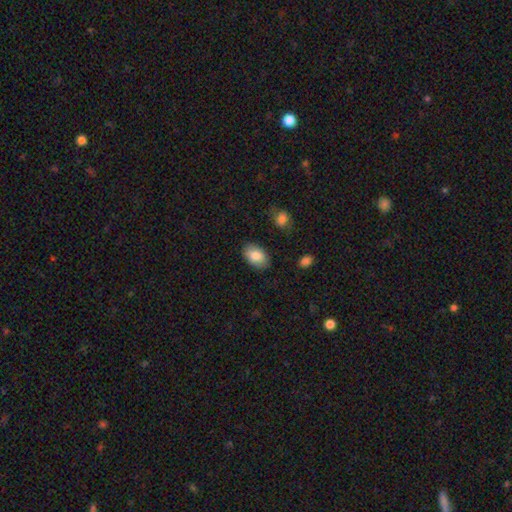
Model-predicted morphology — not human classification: A smooth galaxy with no disk features (83%) that is in between round and cigar-shaped (91%).

Vote fractions:
- Smooth or featured? smooth: 83% / featured or disk: 11% / star or artifact: 7%
- How rounded? in between: 91% / round: 8% / cigar-shaped: 1%
- Merging? none: 85% / minor disturbance: 11% / major disturbance: 2% / merger: 2%